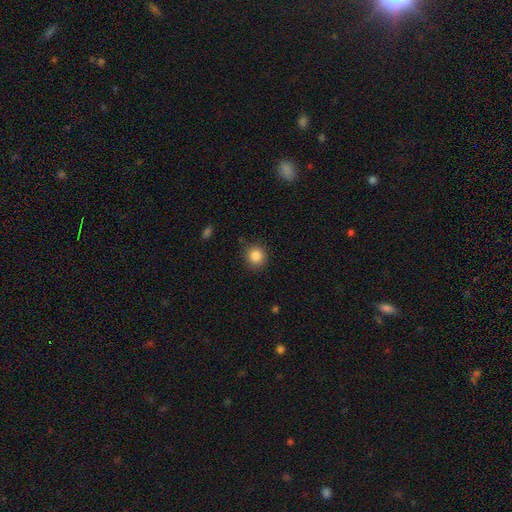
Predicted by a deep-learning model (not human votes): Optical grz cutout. It shows a smooth galaxy with no disk features (85%) that is round (90%). Merging: none (88%).